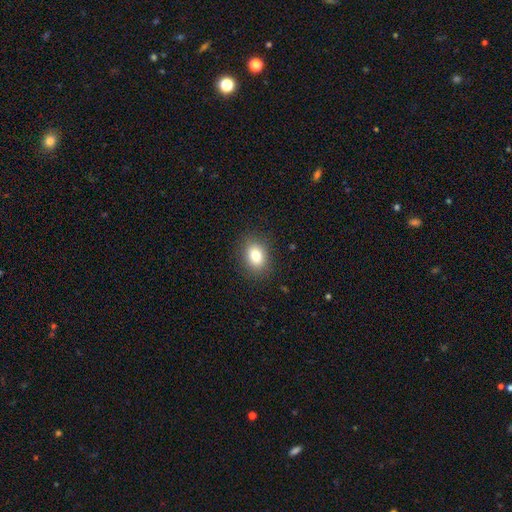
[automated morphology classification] Smooth or featured? smooth (81%)
How rounded? in between (65%)
Merging? none (87%)